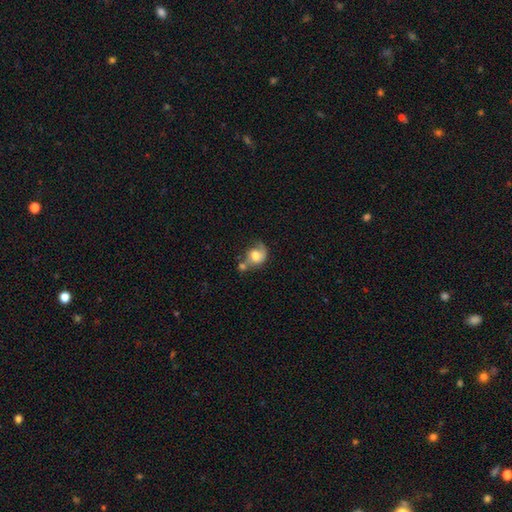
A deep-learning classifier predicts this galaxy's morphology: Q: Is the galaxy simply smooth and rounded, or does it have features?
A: smooth — 48%.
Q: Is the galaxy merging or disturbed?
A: none — 31%.